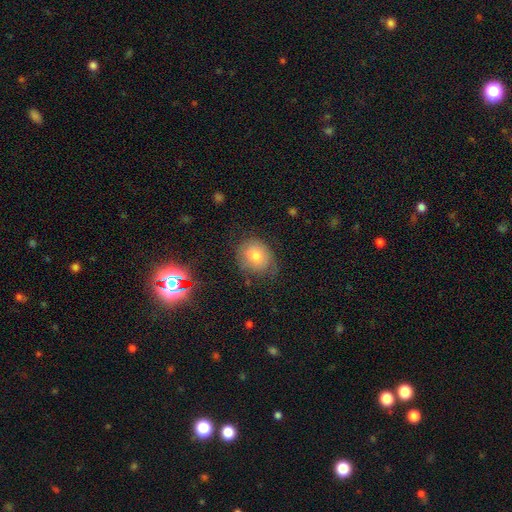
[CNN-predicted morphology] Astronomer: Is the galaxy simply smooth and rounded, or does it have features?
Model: smooth — 63%.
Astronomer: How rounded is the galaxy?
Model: round — 64%.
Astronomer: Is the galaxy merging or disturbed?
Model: none — 64%.